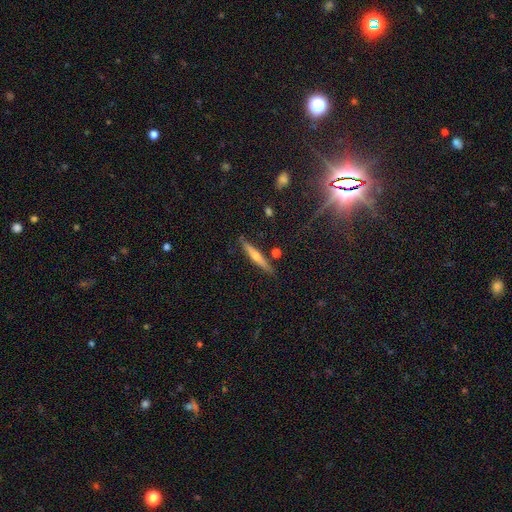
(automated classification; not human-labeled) Morphology: type=featured or disk (53%); edge-on=yes (95%); edge-on bulge=rounded (78%); merging=none (86%).